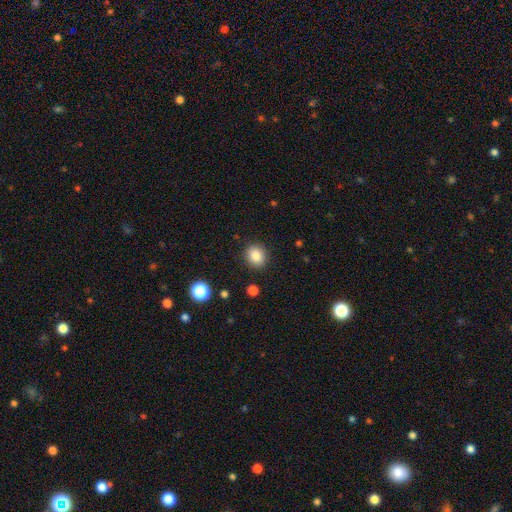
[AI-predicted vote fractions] smooth_or_featured: smooth (p=0.85) [alt: star or artifact p=0.10]
how_rounded: round (p=0.78) [alt: in between p=0.21]
merging: none (p=0.89) [alt: minor disturbance p=0.07]